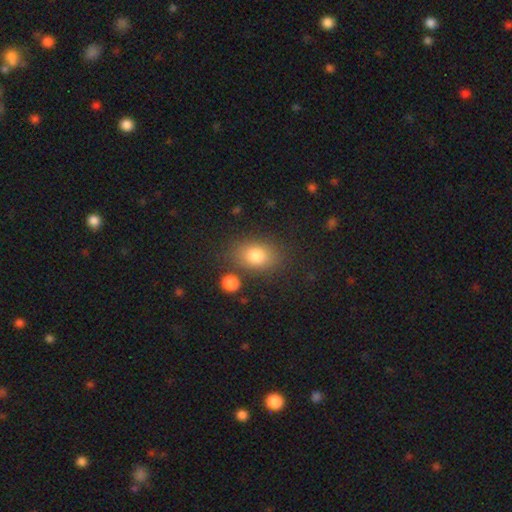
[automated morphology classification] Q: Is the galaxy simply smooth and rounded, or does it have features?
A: smooth — 81%.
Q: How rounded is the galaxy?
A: in between — 73%.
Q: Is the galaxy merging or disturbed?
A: none — 76%.